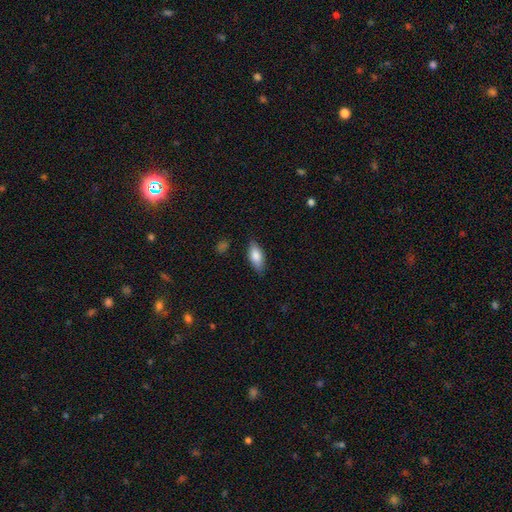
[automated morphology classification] Smooth or featured? smooth (81%)
How rounded? in between (83%)
Merging? none (83%)